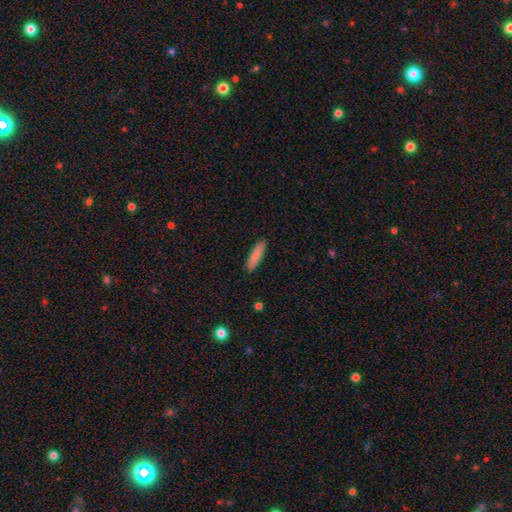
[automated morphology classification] type=smooth (84%); roundness=cigar-shaped (75%); merging=none (90%).